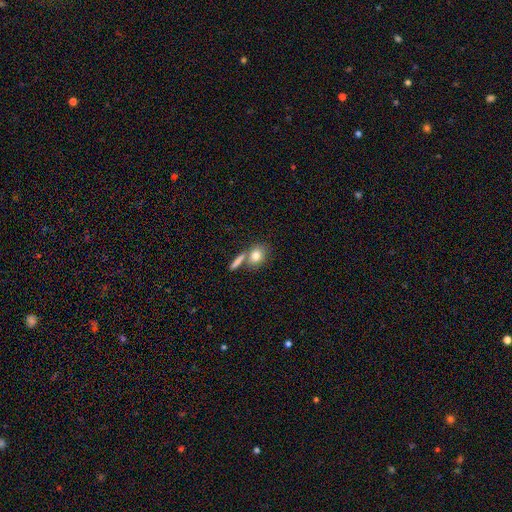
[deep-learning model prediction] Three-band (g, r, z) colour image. It shows a smooth galaxy with no disk features (81%) that is in between round and cigar-shaped (50%). Merging: none (56%).